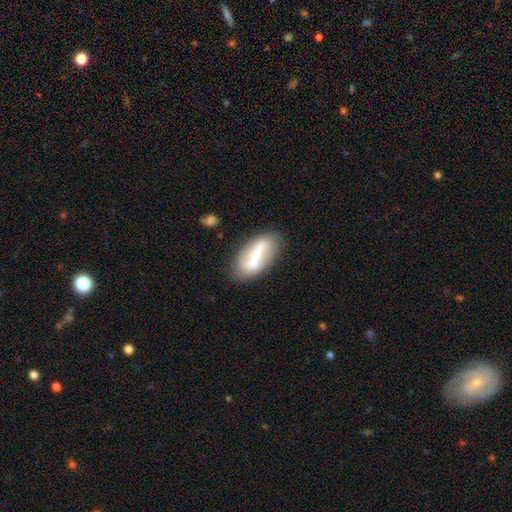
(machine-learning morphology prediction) This is possibly a featured or disk galaxy (50%). It is clearly not viewed edge-on (85%). Merging: likely none (75%).